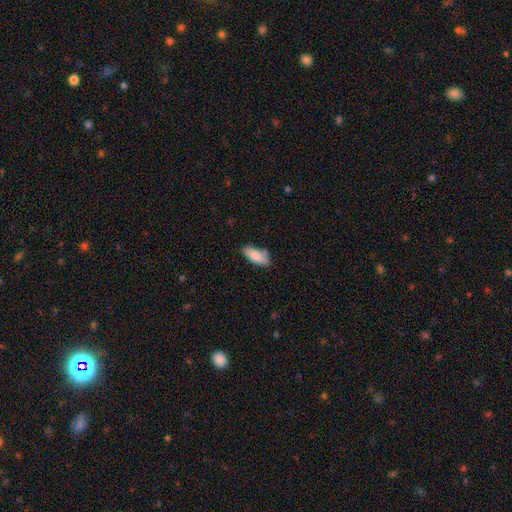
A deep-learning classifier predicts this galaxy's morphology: A smooth galaxy with no disk features (82%) that is in between round and cigar-shaped (82%). Merging: none (68%).